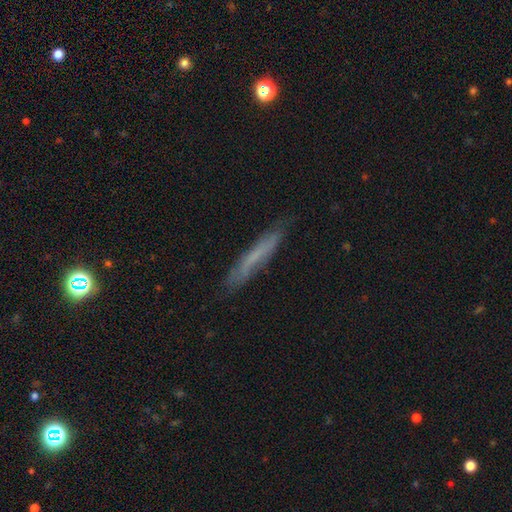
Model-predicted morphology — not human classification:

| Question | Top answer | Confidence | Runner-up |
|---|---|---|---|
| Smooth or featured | smooth | 55% | featured or disk (36%) |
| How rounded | cigar-shaped | 93% | in between (5%) |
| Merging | none | 81% | minor disturbance (15%) |